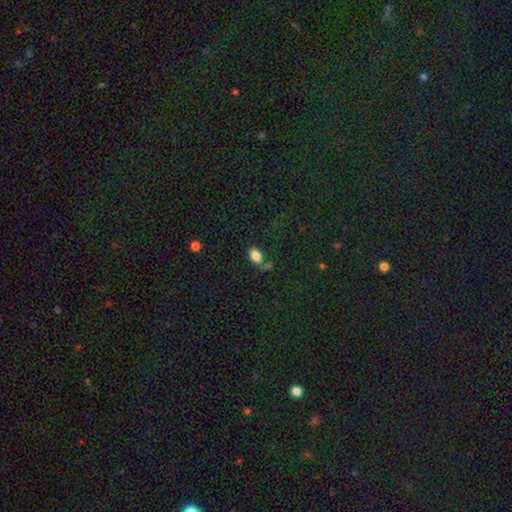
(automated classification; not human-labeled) A smooth galaxy with no disk features (84%) that is in between round and cigar-shaped (87%). Merging: none (68%).